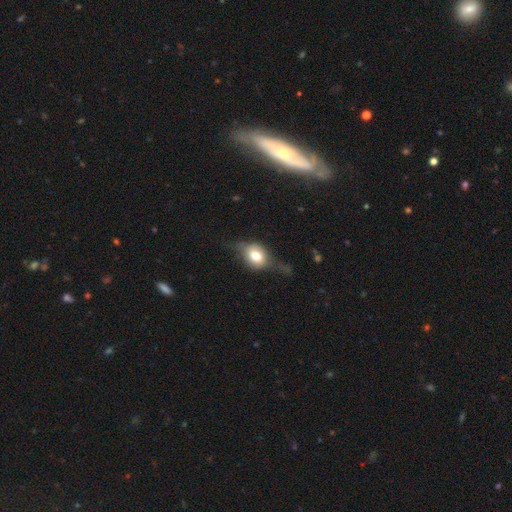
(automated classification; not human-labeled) Smooth or featured: smooth — 57% (featured or disk — 34%)
How rounded: in between — 59% (round — 38%)
Merging: none — 44% (minor disturbance — 30%)